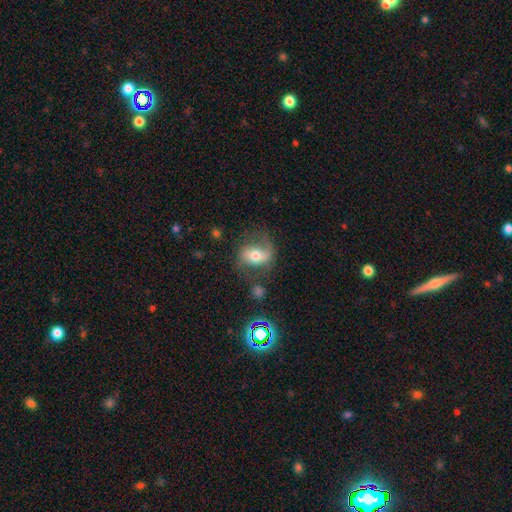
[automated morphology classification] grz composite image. It shows a featured or disk galaxy (62%) with a weak bar (38%), 2 (73%) loose (53%) spiral arms (86%) and a moderate central bulge (69%). Merging: none (57%).